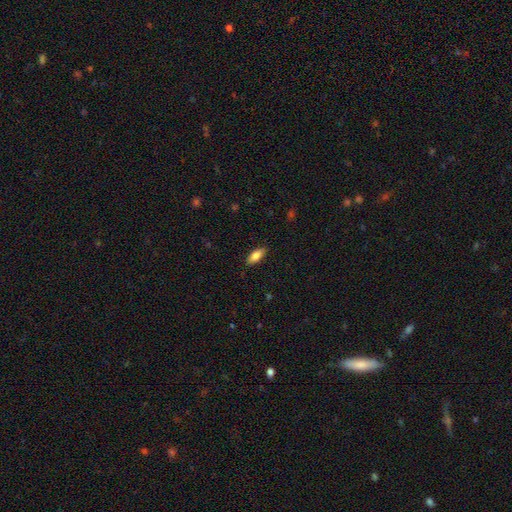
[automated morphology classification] Overall: smooth (85%). How rounded: in between (80%). Merging: none (87%).